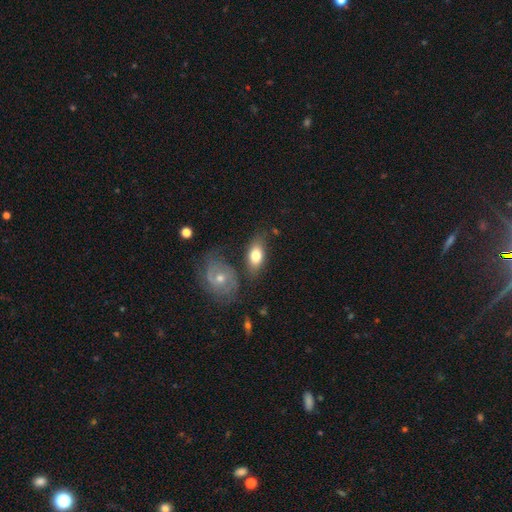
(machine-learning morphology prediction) Q: Smooth or featured?
A: smooth (73%); runner-up: featured or disk (20%)
Q: How rounded?
A: in between (87%); runner-up: round (8%)
Q: Merging?
A: none (65%); runner-up: minor disturbance (17%)